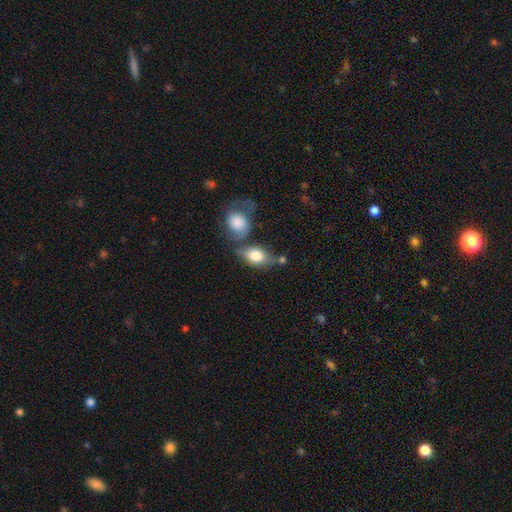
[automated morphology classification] type=smooth (74%); roundness=in between (82%); merging=none (48%).